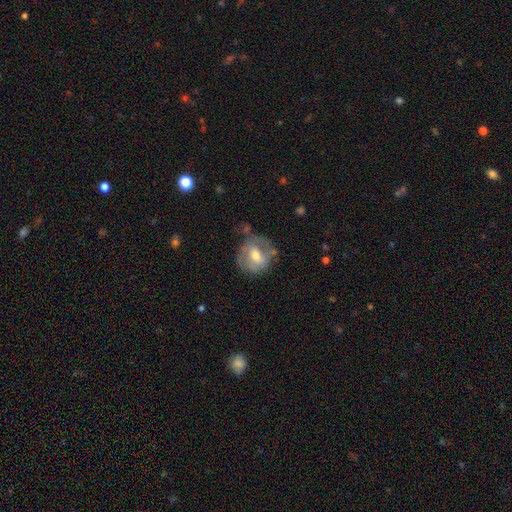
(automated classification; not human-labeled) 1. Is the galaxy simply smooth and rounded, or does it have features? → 50% featured or disk, 43% smooth, 7% star or artifact.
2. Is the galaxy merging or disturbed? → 59% none, 24% minor disturbance, 11% major disturbance, 6% merger.